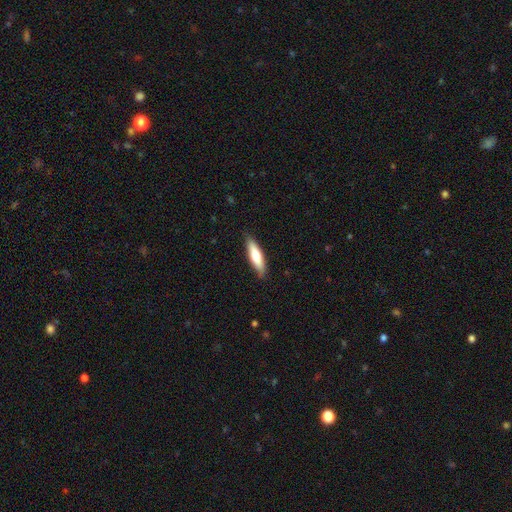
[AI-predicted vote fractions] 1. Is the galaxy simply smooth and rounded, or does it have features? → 67% smooth, 28% featured or disk, 5% star or artifact.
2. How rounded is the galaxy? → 67% cigar-shaped, 32% in between, 2% round.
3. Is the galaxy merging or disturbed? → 86% none, 11% minor disturbance, 2% major disturbance, 1% merger.